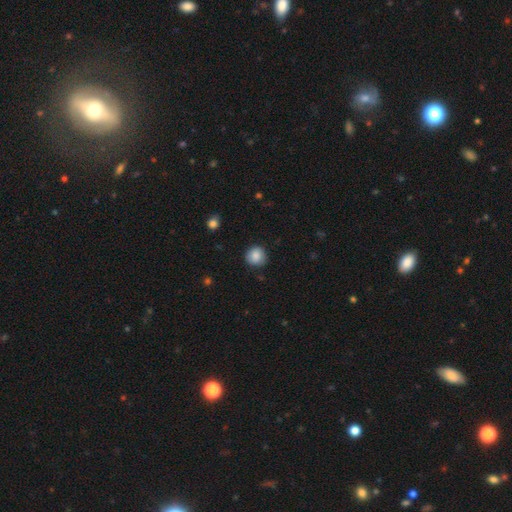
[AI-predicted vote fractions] A smooth galaxy with no disk features (86%) that is round (92%).

Vote fractions:
- Smooth or featured? smooth: 86% / star or artifact: 8% / featured or disk: 6%
- How rounded? round: 92% / in between: 7% / cigar-shaped: 1%
- Merging? none: 86% / minor disturbance: 10% / major disturbance: 2% / merger: 1%